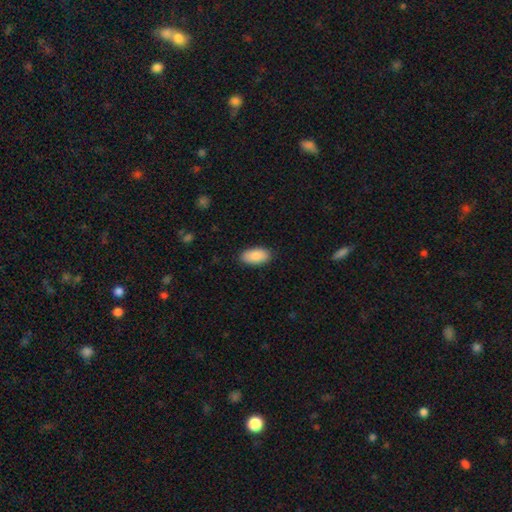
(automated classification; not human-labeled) Overall: smooth (87%). How rounded: in between (95%). Merging: none (88%).